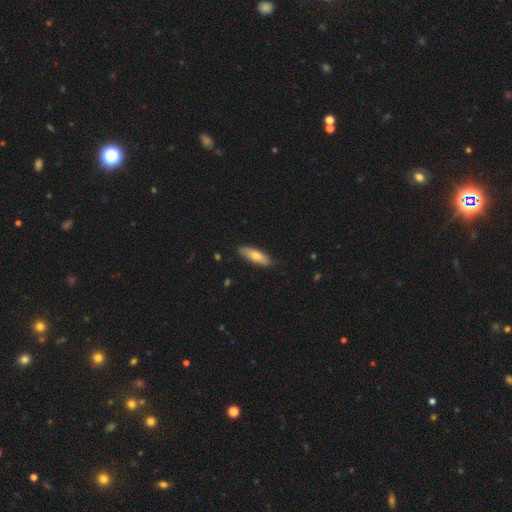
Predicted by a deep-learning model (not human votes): smooth 69%, featured or disk 25%, star or artifact 6%. Down the decision tree: how rounded — in between (50%); merging — none (87%).